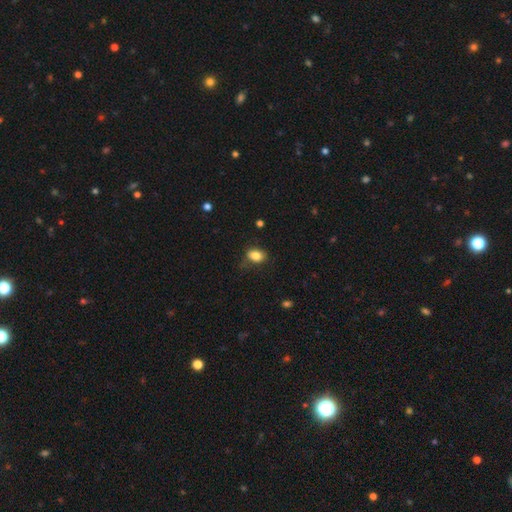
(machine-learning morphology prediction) Overall: smooth (84%). How rounded: in between (77%). Merging: none (72%).